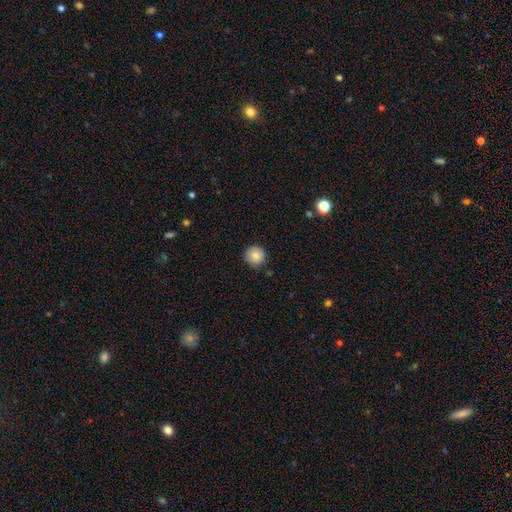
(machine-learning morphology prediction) Smooth or featured? smooth (80%)
How rounded? round (96%)
Merging? none (88%)